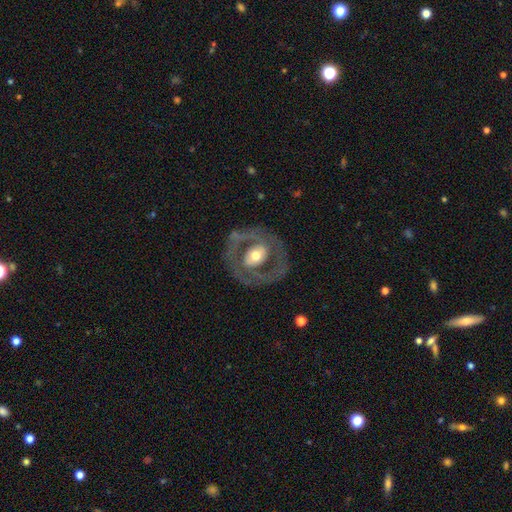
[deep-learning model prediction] featured or disk 70%, smooth 25%, star or artifact 5%. Down the decision tree: edge-on disk — no (95%); bar — no (55%); spiral arms — no (58%); bulge size — moderate (67%); merging — none (74%).